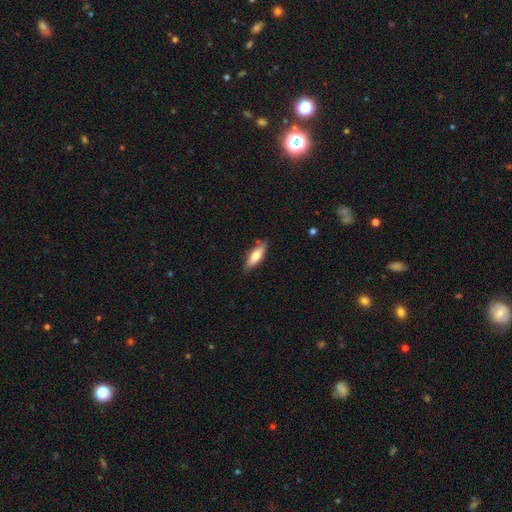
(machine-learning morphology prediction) smooth_or_featured: smooth (p=0.57) [alt: featured or disk p=0.37]
how_rounded: cigar-shaped (p=0.51) [alt: in between p=0.47]
merging: none (p=0.82) [alt: minor disturbance p=0.14]